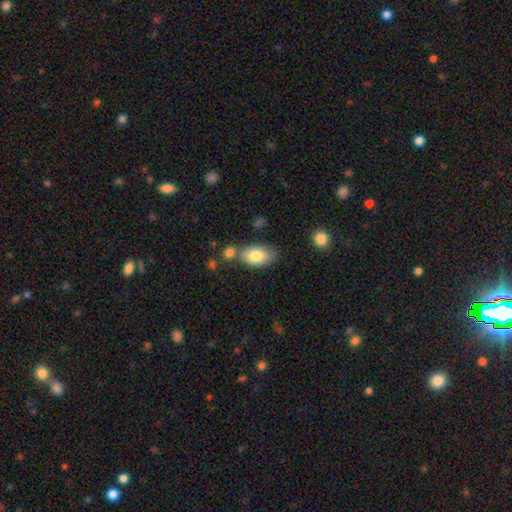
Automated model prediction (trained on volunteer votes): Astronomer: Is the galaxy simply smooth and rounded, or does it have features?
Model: smooth — 81%.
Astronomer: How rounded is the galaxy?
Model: in between — 91%.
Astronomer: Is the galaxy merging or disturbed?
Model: none — 62%.